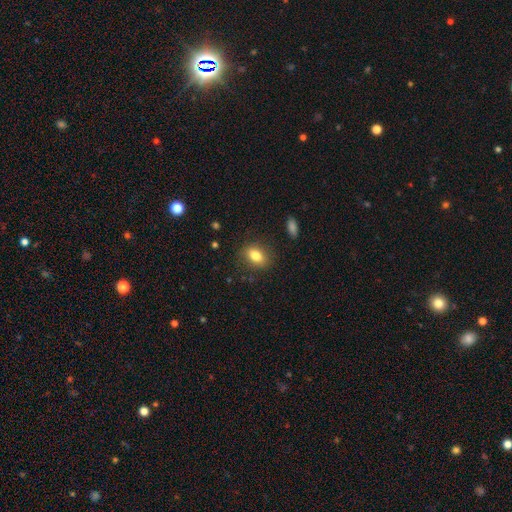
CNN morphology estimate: Smooth or featured?
  - smooth: 82% *
  - featured or disk: 9%
  - star or artifact: 9%
How rounded?
  - in between: 74% *
  - round: 24%
  - cigar-shaped: 3%
Merging?
  - none: 84% *
  - minor disturbance: 11%
  - major disturbance: 3%
  - merger: 1%